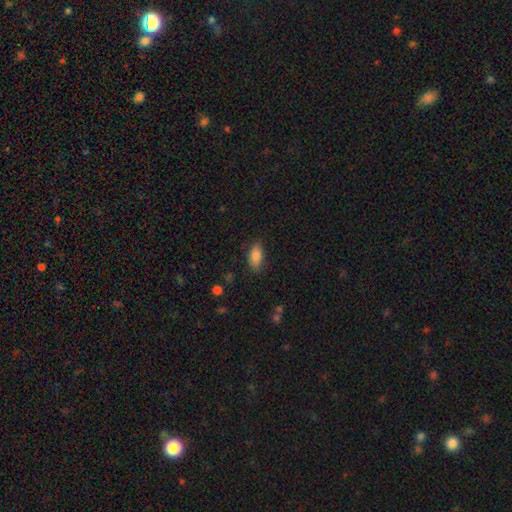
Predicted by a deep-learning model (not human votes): Overall: smooth (87%). How rounded: in between (90%). Merging: none (80%).